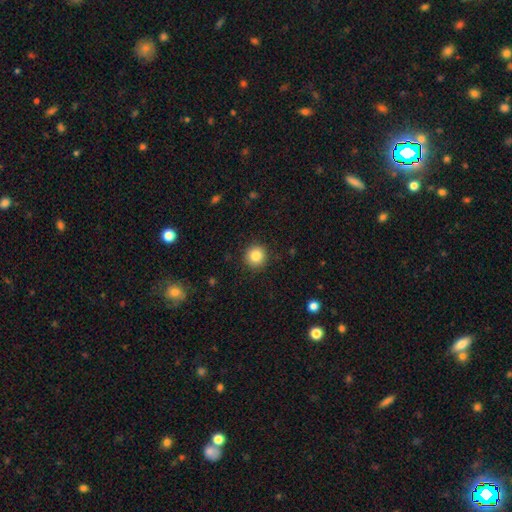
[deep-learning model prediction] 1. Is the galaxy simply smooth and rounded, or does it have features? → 84% smooth, 10% star or artifact, 6% featured or disk.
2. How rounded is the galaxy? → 94% round, 5% in between, 1% cigar-shaped.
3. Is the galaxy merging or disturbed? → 91% none, 6% minor disturbance, 2% major disturbance, 1% merger.